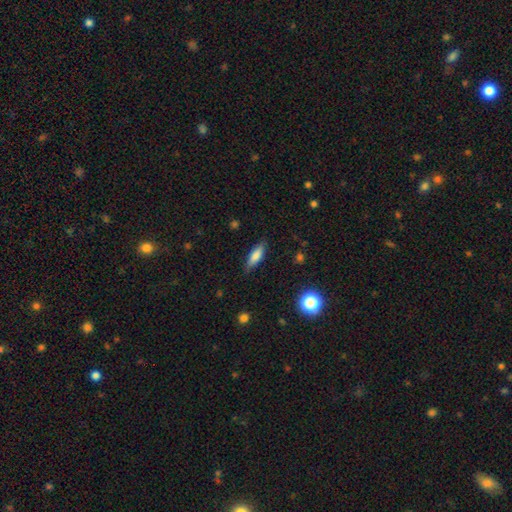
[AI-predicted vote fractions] Smooth or featured?
  - smooth: 78% *
  - featured or disk: 15%
  - star or artifact: 8%
How rounded?
  - in between: 54% *
  - cigar-shaped: 44%
  - round: 2%
Merging?
  - none: 83% *
  - minor disturbance: 13%
  - major disturbance: 3%
  - merger: 1%